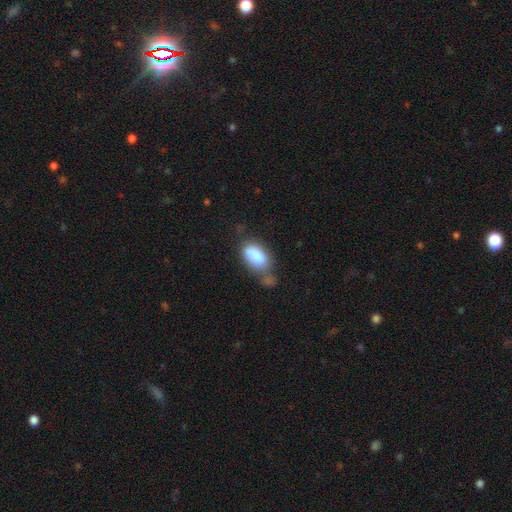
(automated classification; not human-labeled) smooth-or-featured: smooth: 83% | featured or disk: 10% | star or artifact: 7%
  how-rounded: in between: 92% | round: 5% | cigar-shaped: 3%
  merging: none: 33% | merger: 28% | minor disturbance: 26% | major disturbance: 14%